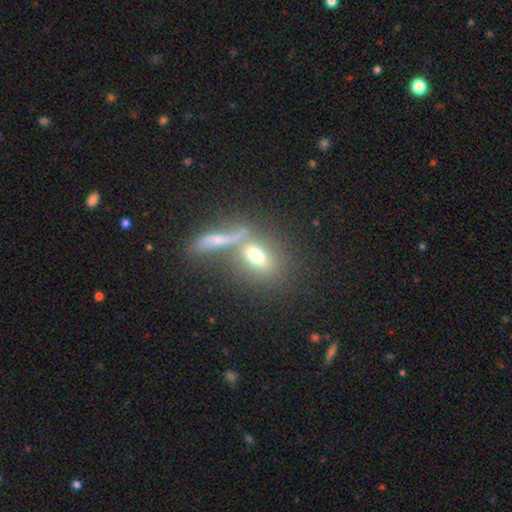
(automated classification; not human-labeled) This appears to be a smooth galaxy with no disk features (63%) that is in between round and cigar-shaped (67%). Merging: none (43%).